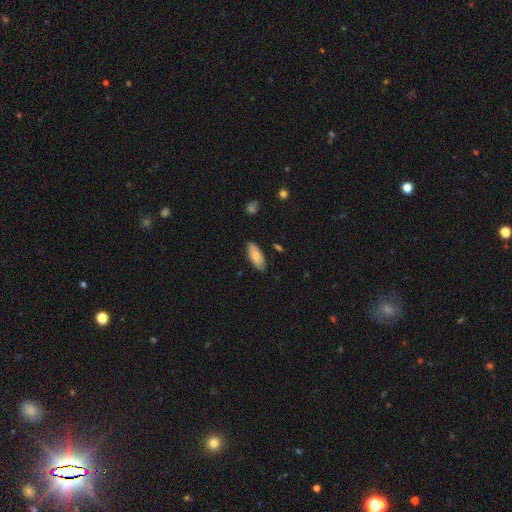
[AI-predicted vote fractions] smooth_or_featured: smooth (p=0.77) [alt: featured or disk p=0.17]
how_rounded: in between (p=0.84) [alt: cigar-shaped p=0.14]
merging: none (p=0.85) [alt: minor disturbance p=0.11]